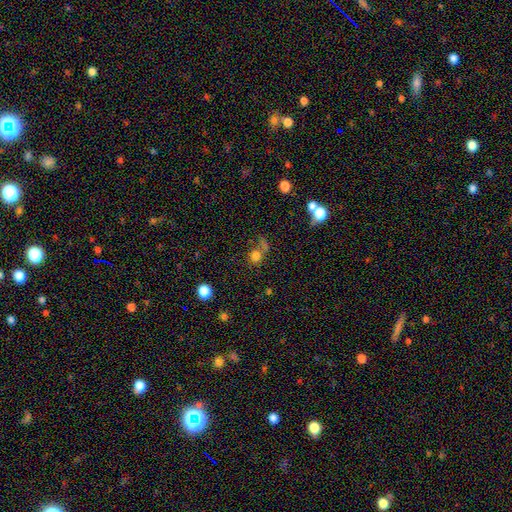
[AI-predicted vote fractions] This appears to be a smooth galaxy with no disk features (73%) that is round (79%). Merging: none (45%).